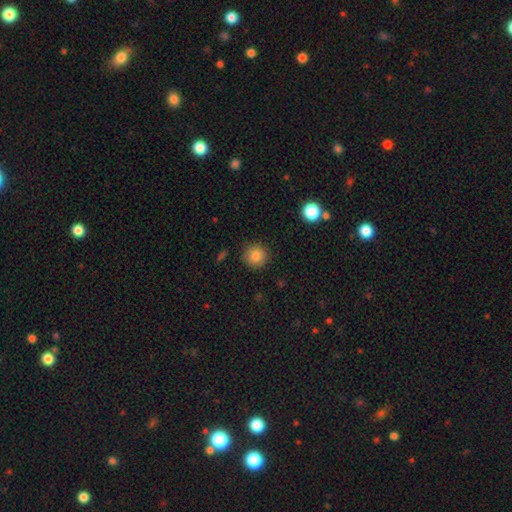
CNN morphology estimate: Smooth or featured? smooth (84%)
How rounded? round (93%)
Merging? none (89%)